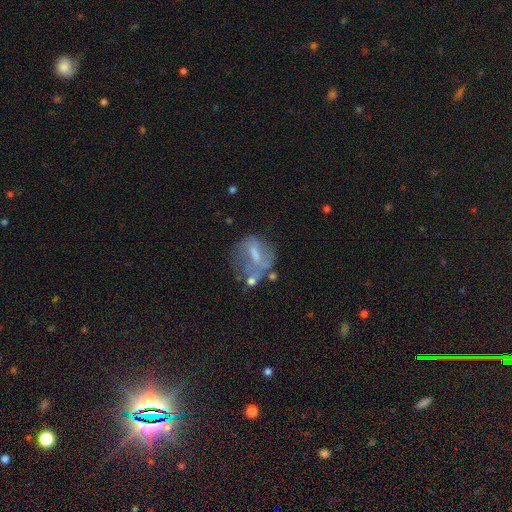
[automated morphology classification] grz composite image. It shows a featured or disk galaxy (50%). Merging: none (38%).